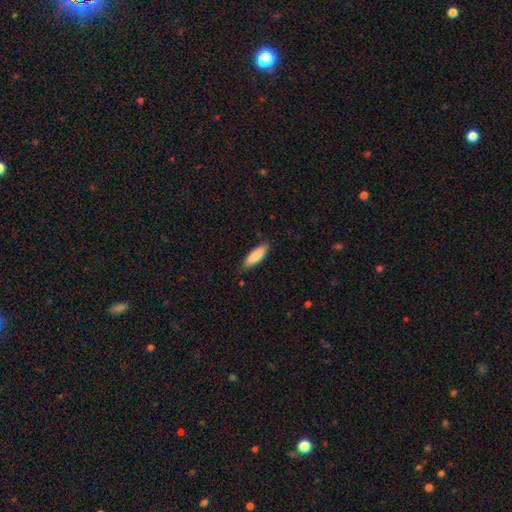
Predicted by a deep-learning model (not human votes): smooth_or_featured: smooth (p=0.85) [alt: featured or disk p=0.09]
how_rounded: cigar-shaped (p=0.53) [alt: in between p=0.46]
merging: none (p=0.83) [alt: minor disturbance p=0.13]